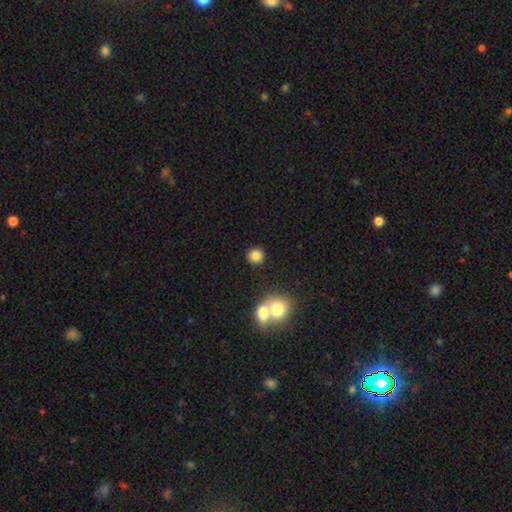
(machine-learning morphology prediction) type=smooth (82%); roundness=round (88%); merging=none (82%).